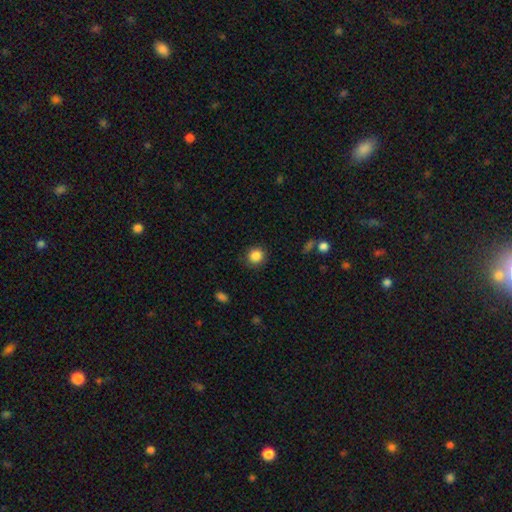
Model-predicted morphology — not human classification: Smooth or featured: smooth — 86% (star or artifact — 10%)
How rounded: round — 89% (in between — 11%)
Merging: none — 87% (minor disturbance — 9%)